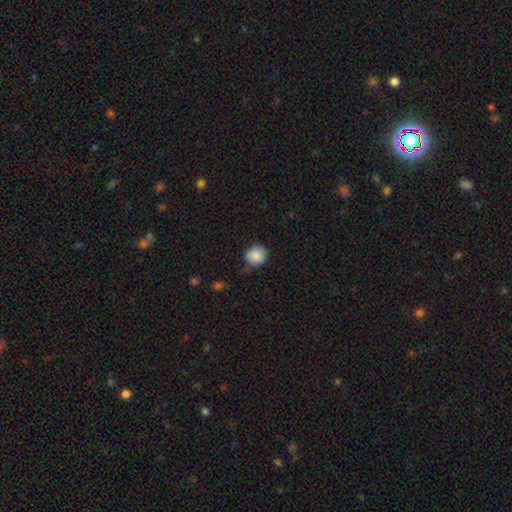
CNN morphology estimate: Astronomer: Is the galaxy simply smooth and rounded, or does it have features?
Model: smooth — 87%.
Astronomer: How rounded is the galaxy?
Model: round — 86%.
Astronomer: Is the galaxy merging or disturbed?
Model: none — 69%.